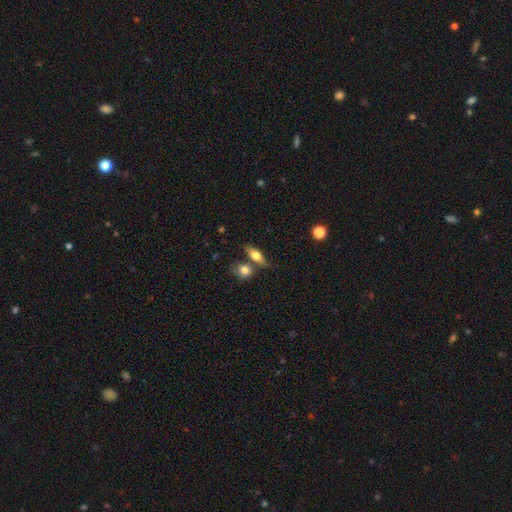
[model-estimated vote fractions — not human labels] This appears to be a smooth galaxy with no disk features (59%) that is in between round and cigar-shaped (61%). Merging: none (62%).